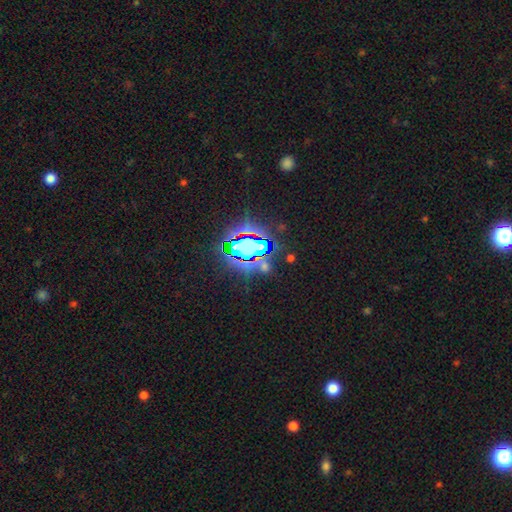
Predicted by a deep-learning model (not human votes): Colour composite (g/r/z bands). It shows a star or artifact, not a galaxy (81%).